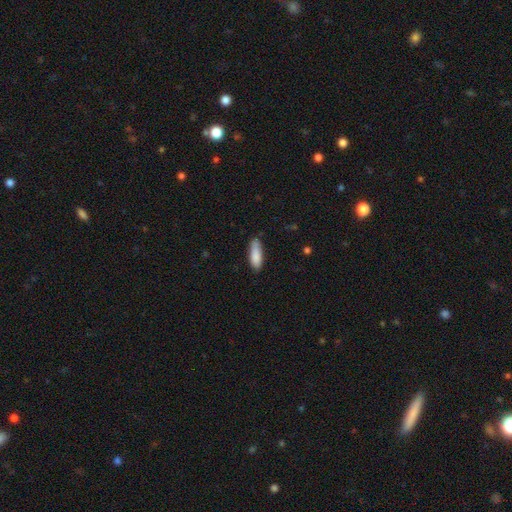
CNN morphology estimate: Smooth or featured? smooth (86%)
How rounded? in between (57%)
Merging? none (73%)